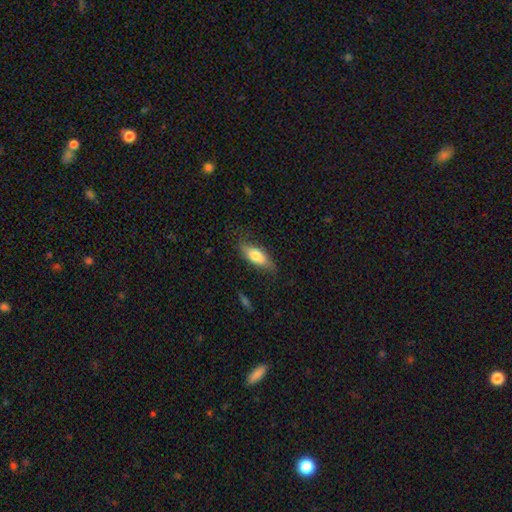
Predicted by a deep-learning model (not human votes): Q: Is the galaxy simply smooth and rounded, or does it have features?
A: smooth — 70%.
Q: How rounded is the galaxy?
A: in between — 69%.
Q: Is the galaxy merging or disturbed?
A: none — 73%.